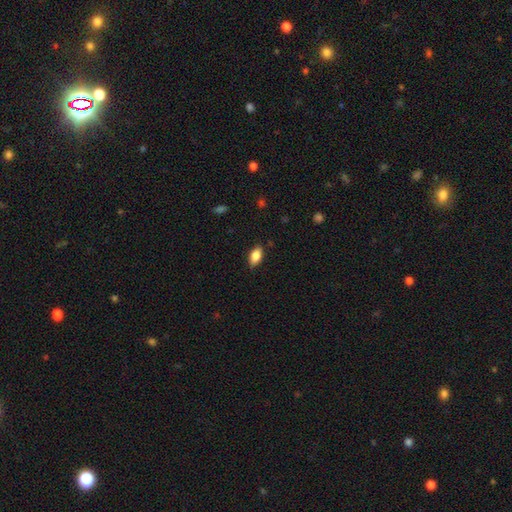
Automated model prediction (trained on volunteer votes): Smooth or featured?
  - smooth: 83% *
  - featured or disk: 9%
  - star or artifact: 7%
How rounded?
  - in between: 89% *
  - cigar-shaped: 7%
  - round: 4%
Merging?
  - none: 85% *
  - minor disturbance: 11%
  - major disturbance: 2%
  - merger: 1%